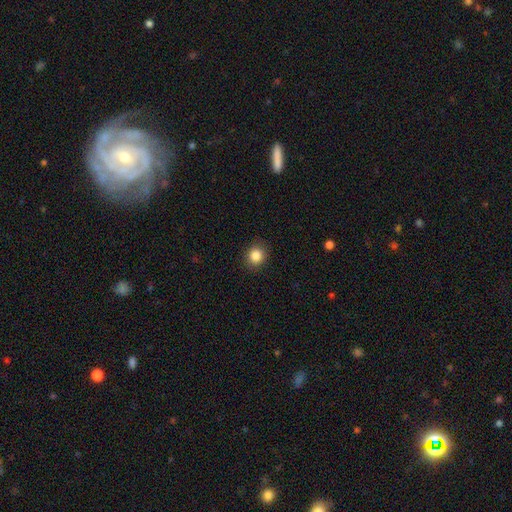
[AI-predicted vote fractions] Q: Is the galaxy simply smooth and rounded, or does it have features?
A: smooth — 85%.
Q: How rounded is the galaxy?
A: round — 82%.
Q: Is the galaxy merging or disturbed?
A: none — 89%.